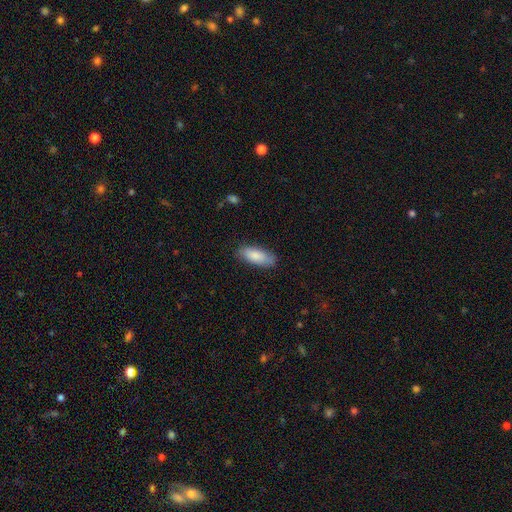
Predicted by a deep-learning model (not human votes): Overall: smooth (86%). How rounded: in between (75%). Merging: none (83%).